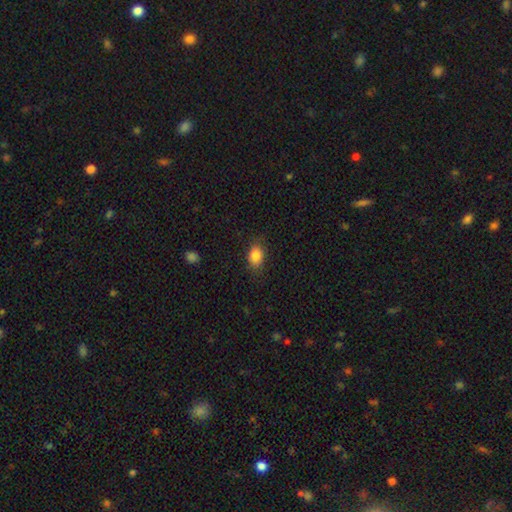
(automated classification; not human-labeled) The model was most divided on "how rounded": in between: 70%, round: 28%, cigar-shaped: 1%. More confident: smooth or featured — smooth (86%); merging — none (79%).